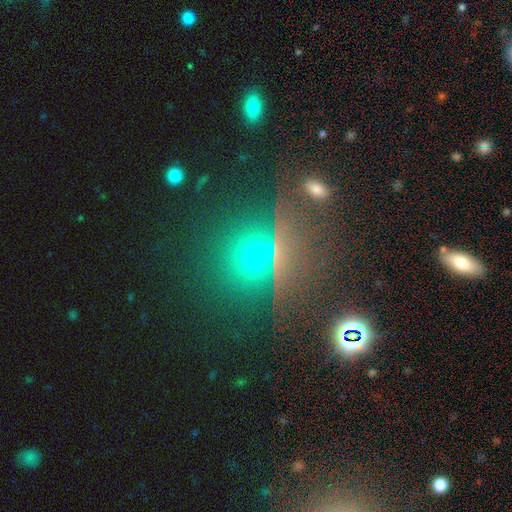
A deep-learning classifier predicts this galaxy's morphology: Overall: smooth (47%; star or artifact 43%). Merging: none (78%).